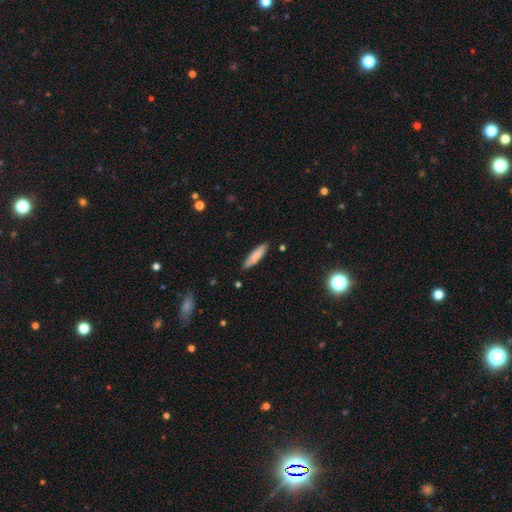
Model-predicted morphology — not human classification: This appears to be a smooth galaxy with no disk features (79%) that is cigar-shaped (73%). Merging: none (85%).